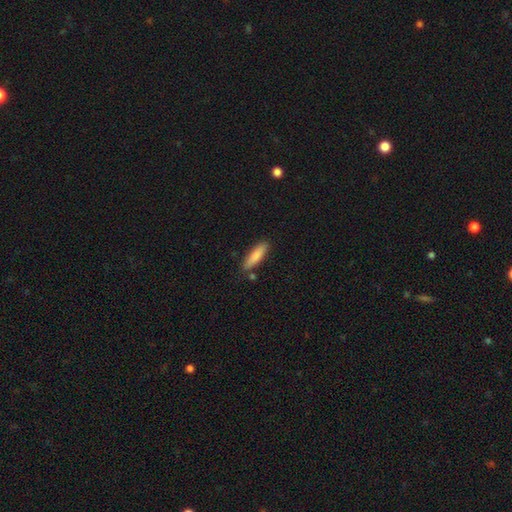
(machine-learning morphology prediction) This appears to be a smooth galaxy with no disk features (84%) that is cigar-shaped (67%). Merging: none (82%).